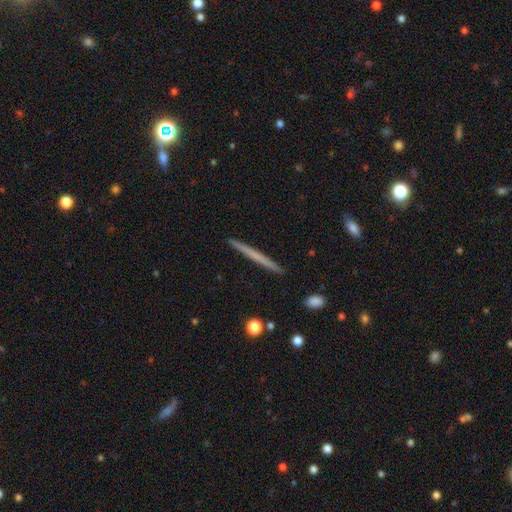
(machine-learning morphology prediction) The model was most divided on "smooth or featured": smooth: 49%, featured or disk: 46%, star or artifact: 6%. More confident: merging — none (93%).